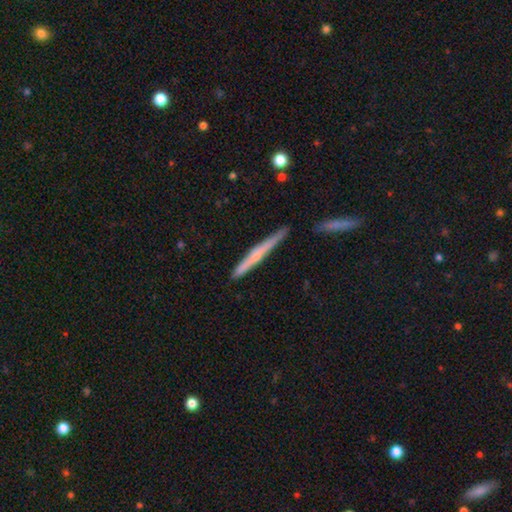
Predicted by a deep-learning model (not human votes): Smooth or featured: featured or disk — 51% (smooth — 42%)
Edge-on disk: yes — 96% (no — 4%)
Merging: none — 80% (minor disturbance — 14%)